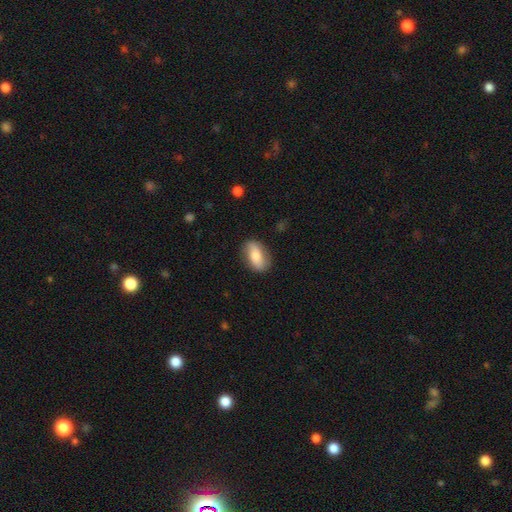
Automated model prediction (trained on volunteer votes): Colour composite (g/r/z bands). It shows a smooth galaxy with no disk features (66%) that is in between round and cigar-shaped (86%). Merging: none (82%).